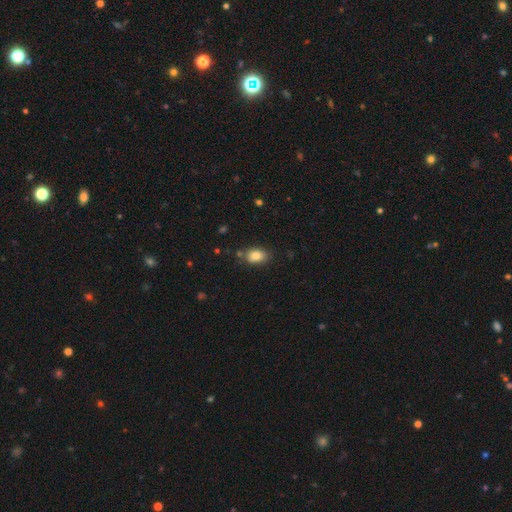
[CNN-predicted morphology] smooth 83%, star or artifact 9%, featured or disk 8%. Down the decision tree: how rounded — in between (81%); merging — none (75%).